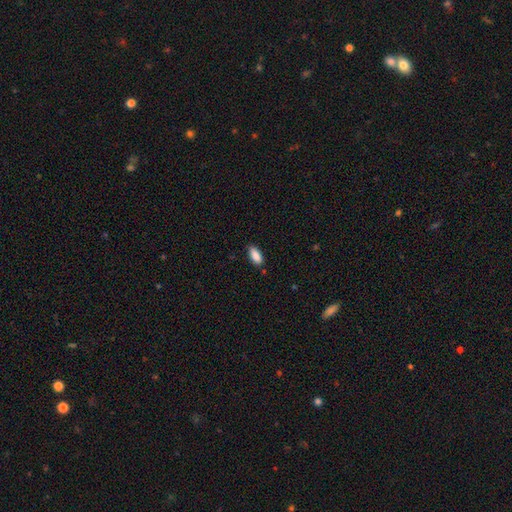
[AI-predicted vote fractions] Smooth or featured?
  - smooth: 89% *
  - star or artifact: 7%
  - featured or disk: 4%
How rounded?
  - in between: 87% *
  - cigar-shaped: 11%
  - round: 2%
Merging?
  - none: 84% *
  - minor disturbance: 13%
  - major disturbance: 2%
  - merger: 2%